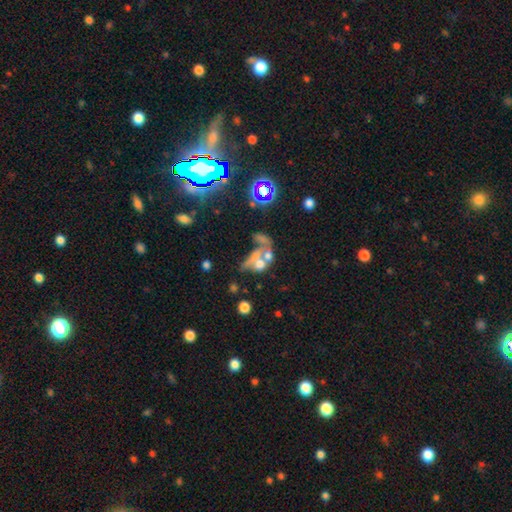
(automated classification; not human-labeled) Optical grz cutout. It shows a featured or disk galaxy (41%). Merging: merger (50%).